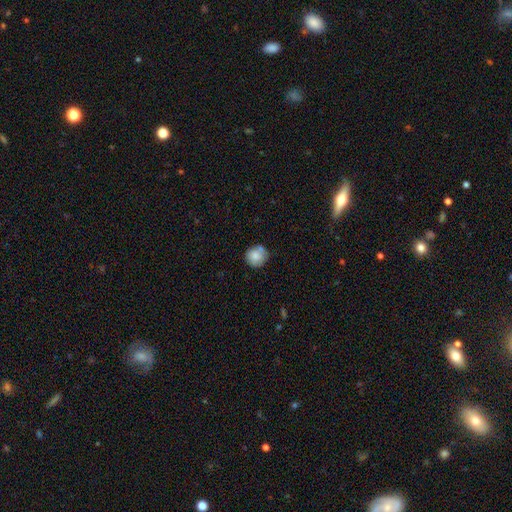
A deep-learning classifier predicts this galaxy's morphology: Smooth or featured: smooth — 80% (featured or disk — 12%)
How rounded: round — 88% (in between — 11%)
Merging: none — 68% (minor disturbance — 19%)